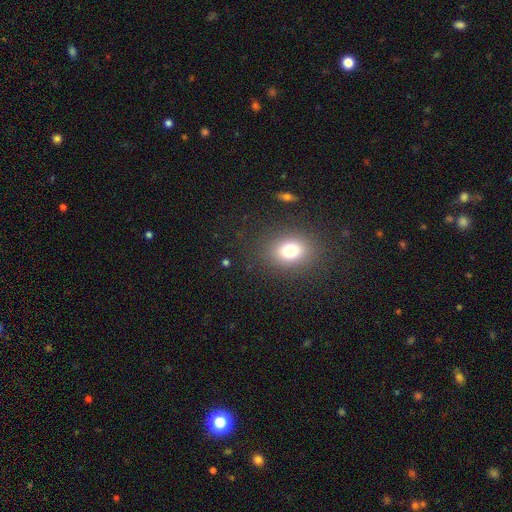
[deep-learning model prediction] A smooth galaxy with no disk features (70%) that is in between round and cigar-shaped (53%).

Vote fractions:
- Smooth or featured? smooth: 70% / star or artifact: 23% / featured or disk: 7%
- How rounded? in between: 53% / round: 45% / cigar-shaped: 1%
- Merging? none: 90% / minor disturbance: 7% / major disturbance: 2% / merger: 1%